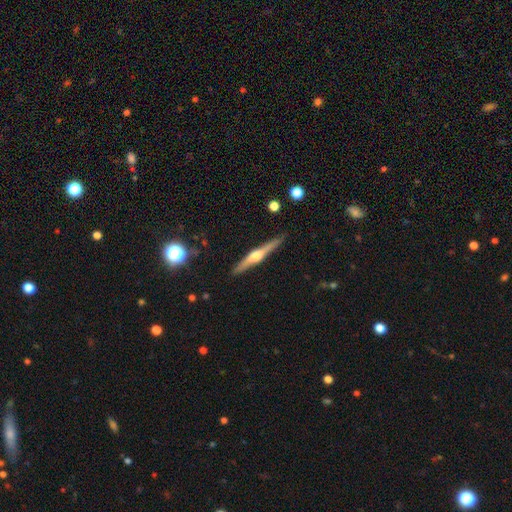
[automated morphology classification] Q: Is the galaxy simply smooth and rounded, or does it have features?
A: featured or disk — 75%.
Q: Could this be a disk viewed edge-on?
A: yes — 98%.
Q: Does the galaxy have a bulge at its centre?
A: rounded — 92%.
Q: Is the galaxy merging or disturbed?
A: none — 89%.